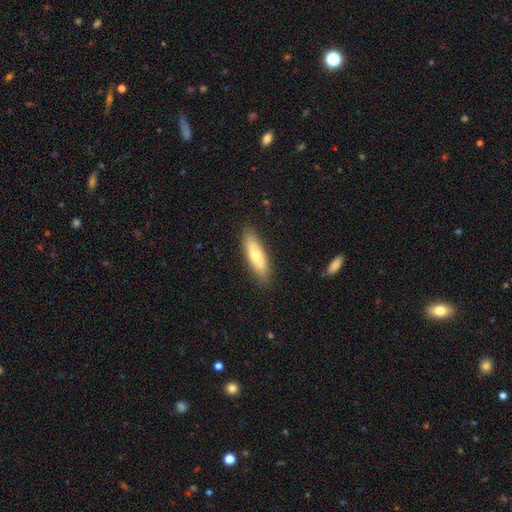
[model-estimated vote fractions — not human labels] Q: Smooth or featured?
A: smooth (65%); runner-up: featured or disk (29%)
Q: How rounded?
A: cigar-shaped (59%); runner-up: in between (39%)
Q: Merging?
A: none (87%); runner-up: minor disturbance (10%)